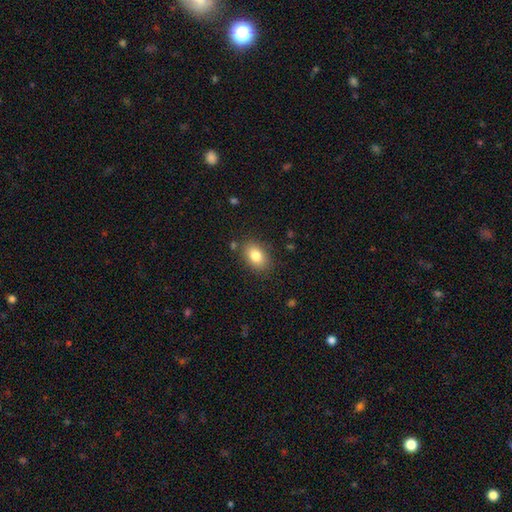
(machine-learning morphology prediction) type=smooth (82%); roundness=in between (81%); merging=none (84%).